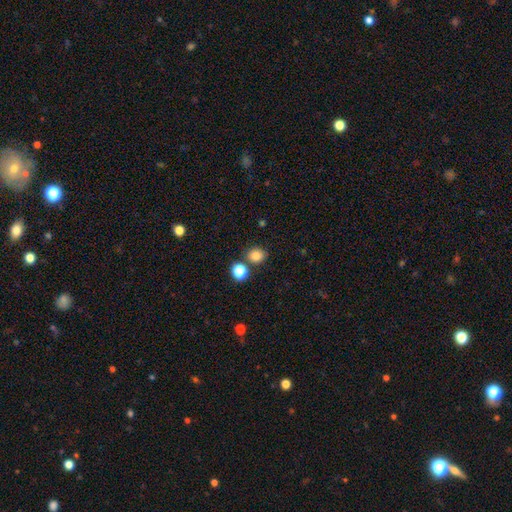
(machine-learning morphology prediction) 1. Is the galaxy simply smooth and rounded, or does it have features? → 82% smooth, 13% star or artifact, 5% featured or disk.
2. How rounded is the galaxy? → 71% round, 28% in between, 1% cigar-shaped.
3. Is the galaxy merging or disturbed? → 76% none, 12% merger, 9% minor disturbance, 3% major disturbance.